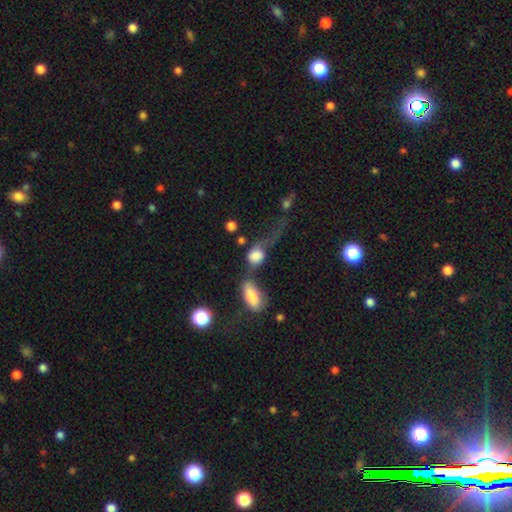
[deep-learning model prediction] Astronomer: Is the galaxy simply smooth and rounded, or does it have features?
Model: smooth — 71%.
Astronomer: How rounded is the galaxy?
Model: in between — 65%.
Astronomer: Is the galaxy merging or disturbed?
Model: merger — 45% (runner-up: major disturbance, 31%).